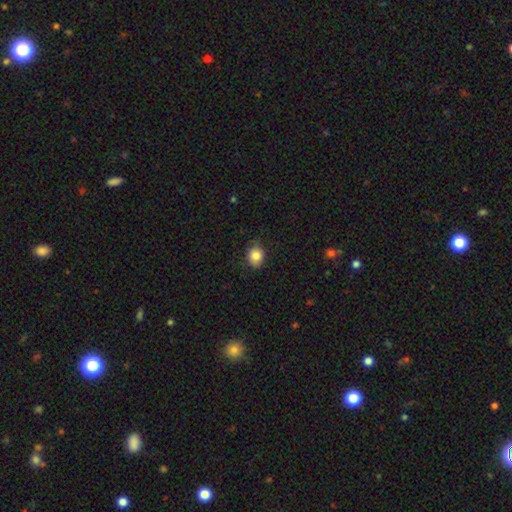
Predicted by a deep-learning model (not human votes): This appears to be a smooth galaxy with no disk features (85%) that is round (66%). Merging: none (79%).